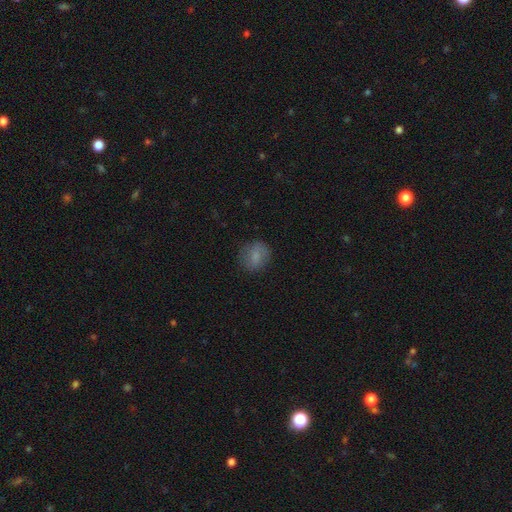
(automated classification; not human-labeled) Morphology: type=smooth (76%); roundness=round (70%); merging=none (79%).